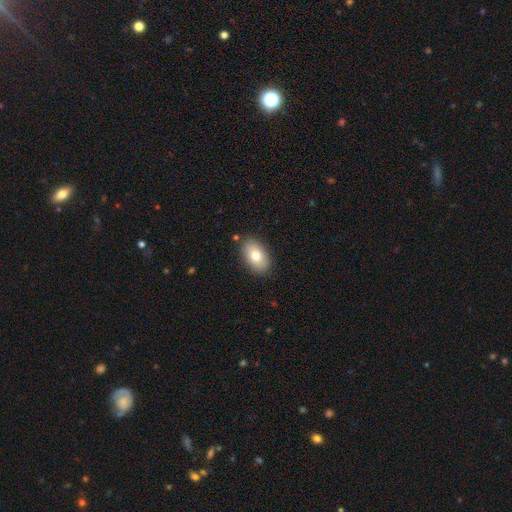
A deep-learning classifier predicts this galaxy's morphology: smooth_or_featured: smooth (p=0.77) [alt: featured or disk p=0.15]
how_rounded: in between (p=0.91) [alt: round p=0.07]
merging: none (p=0.86) [alt: minor disturbance p=0.10]